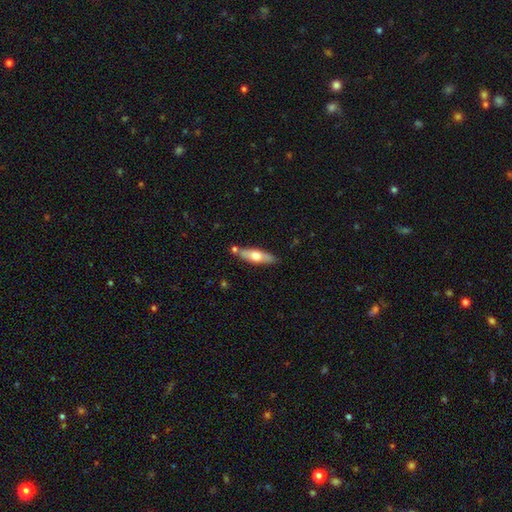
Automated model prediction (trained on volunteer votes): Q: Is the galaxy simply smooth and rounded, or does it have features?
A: smooth — 56%.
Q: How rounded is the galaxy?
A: cigar-shaped — 55%.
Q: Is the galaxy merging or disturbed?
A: none — 76%.